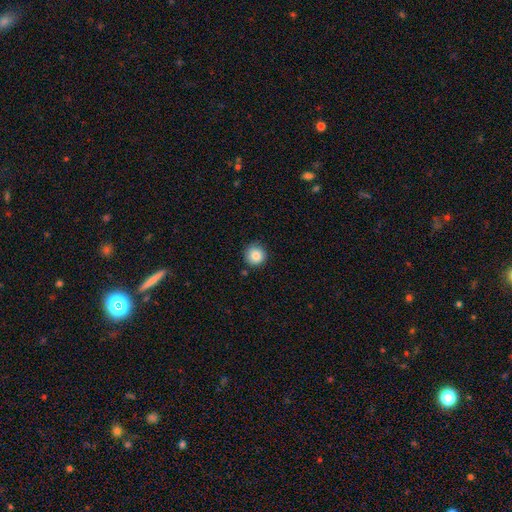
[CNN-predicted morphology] type=smooth (85%); roundness=round (95%); merging=none (85%).